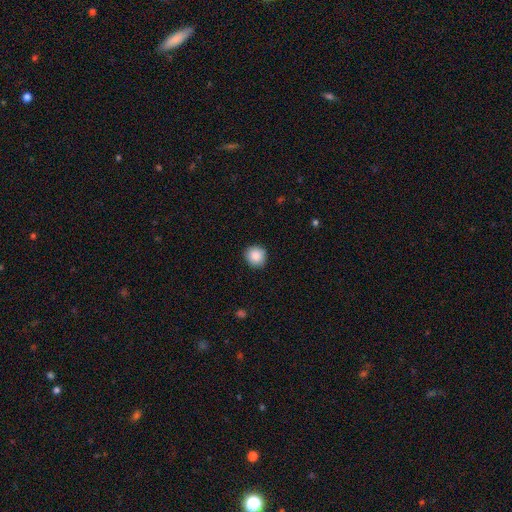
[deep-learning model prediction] Smooth or featured: smooth — 88% (star or artifact — 8%)
How rounded: round — 91% (in between — 8%)
Merging: none — 90% (minor disturbance — 7%)